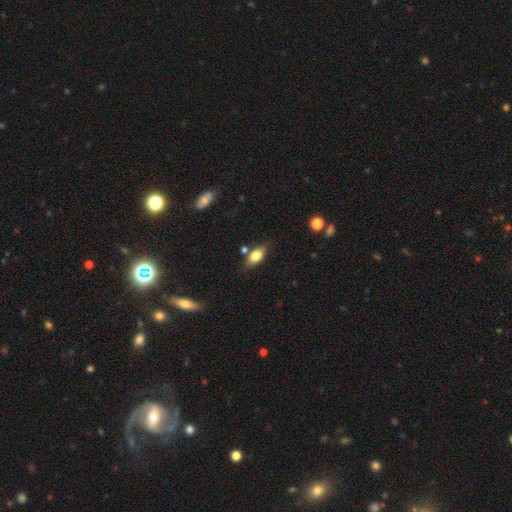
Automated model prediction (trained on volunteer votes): Smooth or featured?
  - smooth: 77% *
  - featured or disk: 15%
  - star or artifact: 8%
How rounded?
  - in between: 85% *
  - cigar-shaped: 10%
  - round: 5%
Merging?
  - none: 73% *
  - minor disturbance: 16%
  - merger: 8%
  - major disturbance: 4%